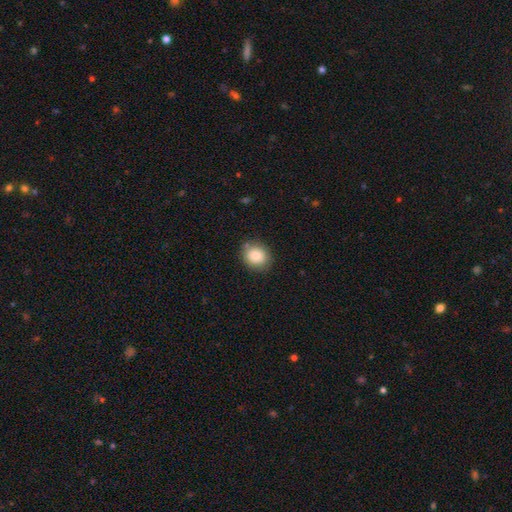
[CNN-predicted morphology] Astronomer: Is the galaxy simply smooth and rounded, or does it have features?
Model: smooth — 83%.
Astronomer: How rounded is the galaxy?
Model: round — 80%.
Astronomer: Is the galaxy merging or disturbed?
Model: none — 84%.